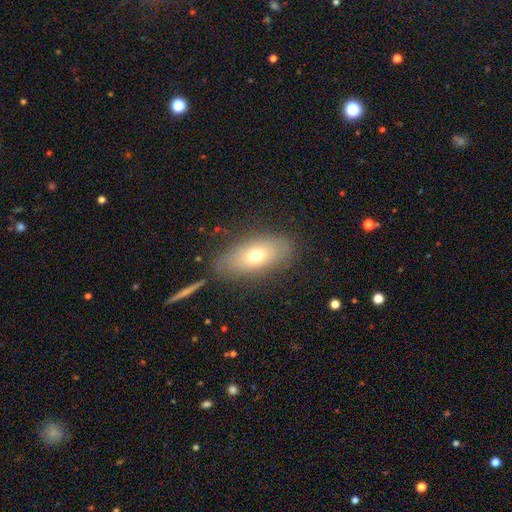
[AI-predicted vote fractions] This is likely a smooth galaxy (65%). How rounded: clearly in between (87%). Merging: likely none (76%).